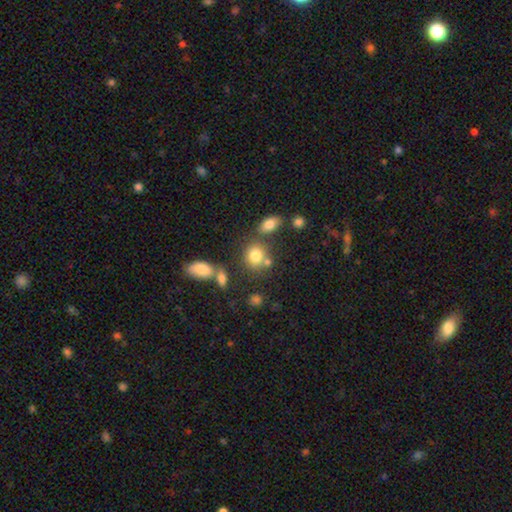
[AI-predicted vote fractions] This appears to be a smooth galaxy with no disk features (77%) that is round (66%). Merging: none (58%).